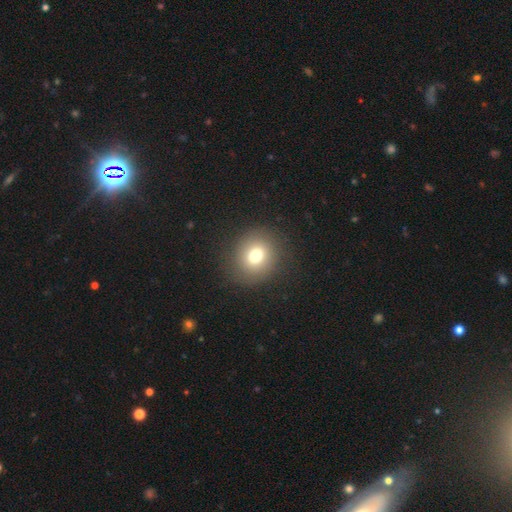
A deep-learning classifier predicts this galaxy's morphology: A smooth galaxy with no disk features (75%) that is round (80%).

Vote fractions:
- Smooth or featured? smooth: 75% / star or artifact: 12% / featured or disk: 12%
- How rounded? round: 80% / in between: 19% / cigar-shaped: 1%
- Merging? none: 87% / minor disturbance: 8% / major disturbance: 4% / merger: 1%